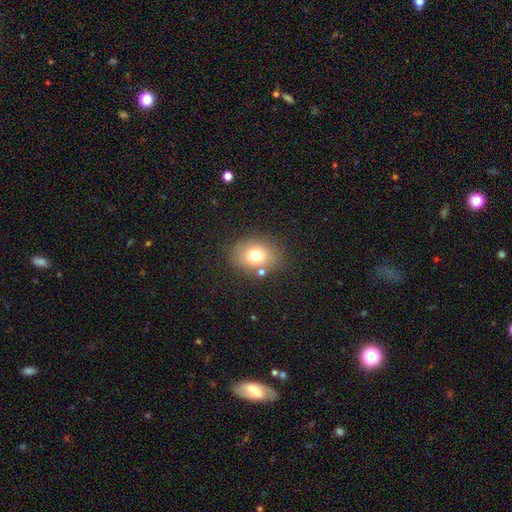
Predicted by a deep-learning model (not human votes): The model was most divided on "how rounded": in between: 50%, round: 49%, cigar-shaped: 1%. More confident: merging — none (79%); smooth or featured — smooth (73%).